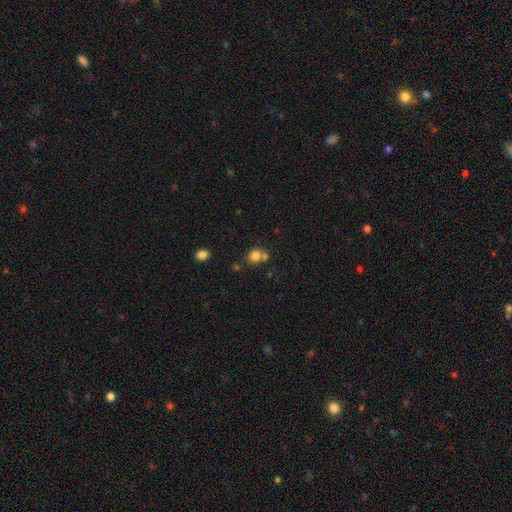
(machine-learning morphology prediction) Smooth or featured? smooth (79%)
How rounded? round (71%)
Merging? none (49%)